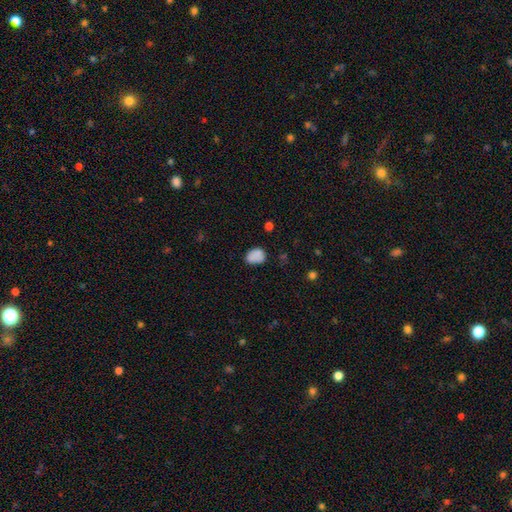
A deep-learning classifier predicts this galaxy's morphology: smooth_or_featured: smooth (p=0.82) [alt: star or artifact p=0.10]
how_rounded: in between (p=0.70) [alt: round p=0.29]
merging: none (p=0.62) [alt: minor disturbance p=0.25]